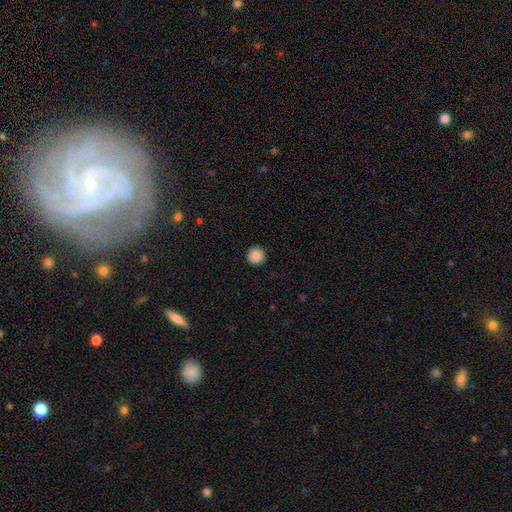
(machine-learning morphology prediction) Smooth or featured? Predicted: smooth (p=0.88). How rounded? Predicted: round (p=0.96). Merging? Predicted: none (p=0.93).